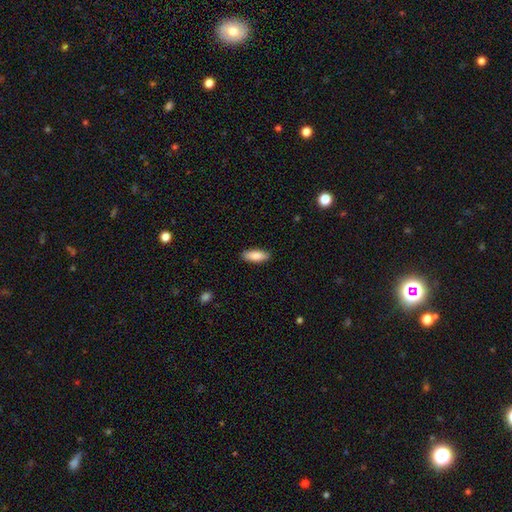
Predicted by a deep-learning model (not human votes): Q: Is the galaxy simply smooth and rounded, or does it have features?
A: smooth — 87%.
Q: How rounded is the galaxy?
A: in between — 72%.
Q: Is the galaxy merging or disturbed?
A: none — 89%.